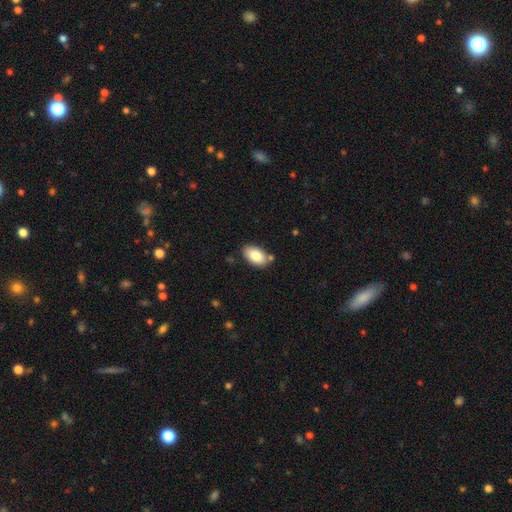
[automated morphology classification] This appears to be a smooth galaxy with no disk features (82%) that is in between round and cigar-shaped (93%). Merging: none (79%).